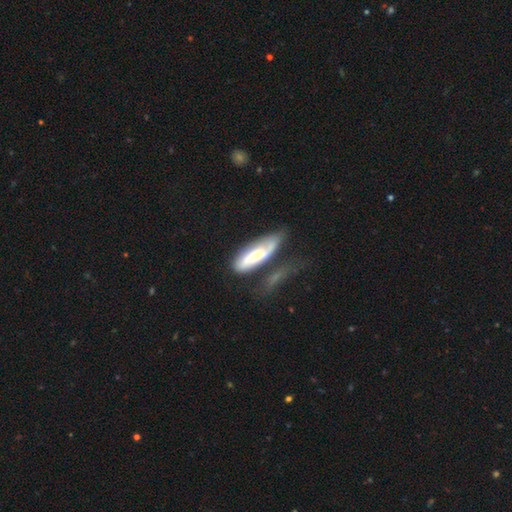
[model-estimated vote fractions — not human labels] The model was most divided on "smooth or featured": featured or disk: 51%, smooth: 43%, star or artifact: 6%. Remaining: edge-on disk — no (76%); merging — none (39%).